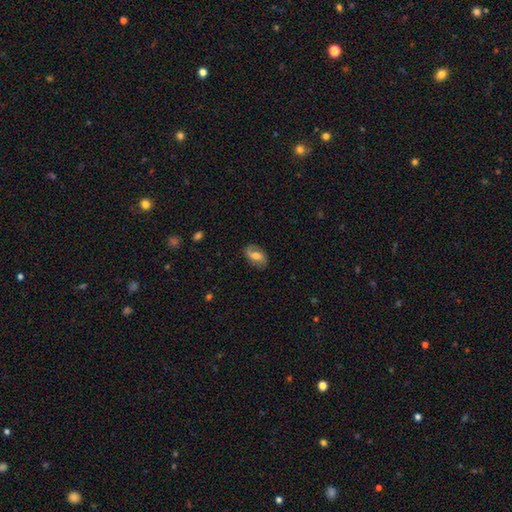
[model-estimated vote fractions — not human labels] This is possibly a featured or disk galaxy (53%). It is clearly not viewed edge-on (95%). Merging: likely none (76%).